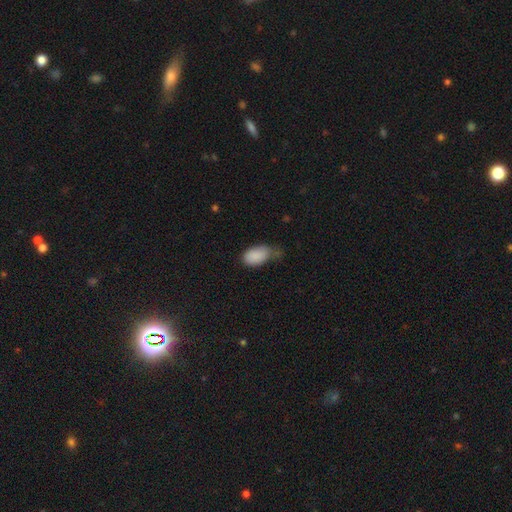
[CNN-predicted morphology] This appears to be a smooth galaxy with no disk features (87%) that is in between round and cigar-shaped (92%). Merging: minor disturbance (43%).